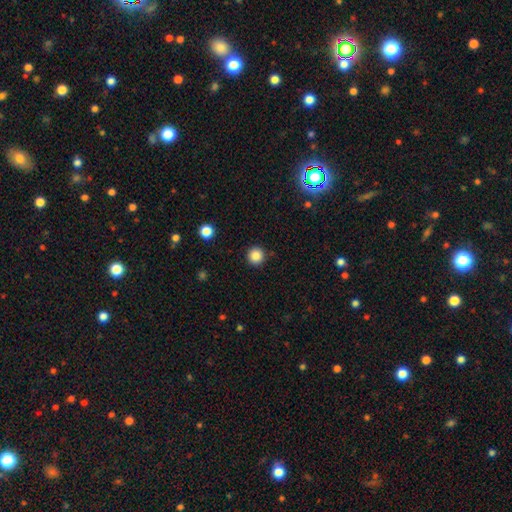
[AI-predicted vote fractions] smooth 86%, star or artifact 11%, featured or disk 4%. Down the decision tree: how rounded — round (95%); merging — none (92%).